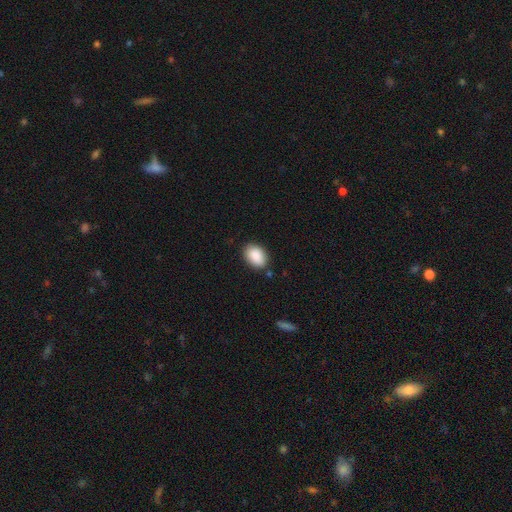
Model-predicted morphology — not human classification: This appears to be a smooth galaxy with no disk features (89%) that is in between round and cigar-shaped (82%). Merging: none (84%).